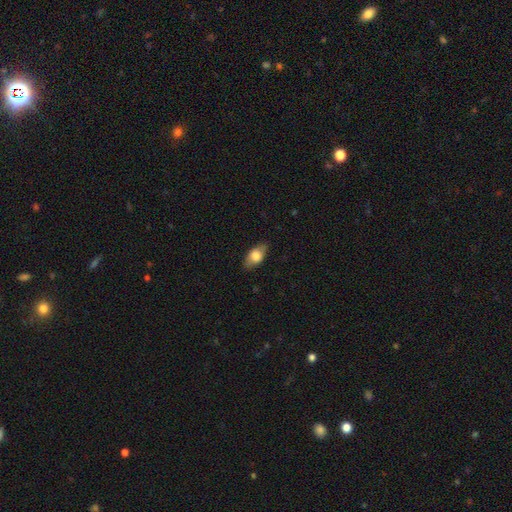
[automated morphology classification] Smooth or featured? smooth (71%)
How rounded? in between (87%)
Merging? none (83%)